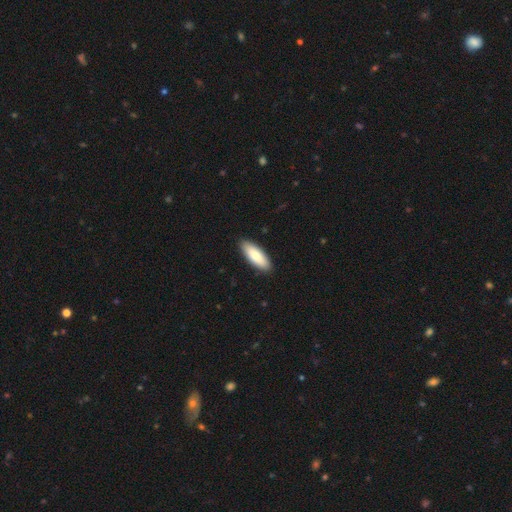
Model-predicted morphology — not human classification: smooth_or_featured: smooth (p=0.80) [alt: featured or disk p=0.15]
how_rounded: in between (p=0.68) [alt: cigar-shaped p=0.30]
merging: none (p=0.90) [alt: minor disturbance p=0.07]